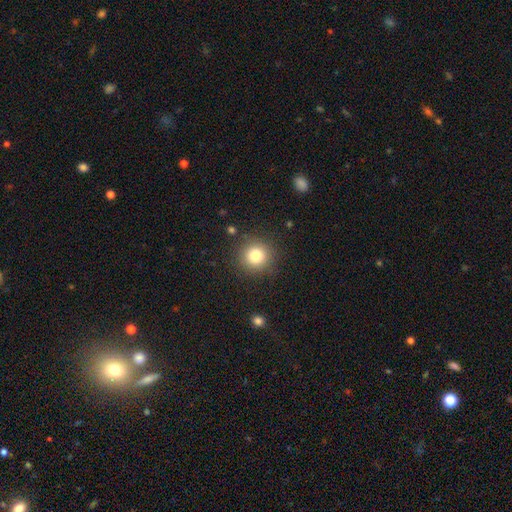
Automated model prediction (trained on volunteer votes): A smooth galaxy with no disk features (80%) that is round (93%).

Vote fractions:
- Smooth or featured? smooth: 80% / star or artifact: 12% / featured or disk: 8%
- How rounded? round: 93% / in between: 6% / cigar-shaped: 1%
- Merging? none: 88% / minor disturbance: 8% / major disturbance: 3% / merger: 2%